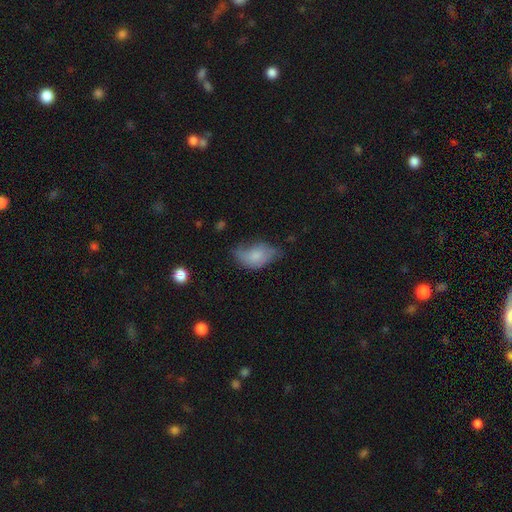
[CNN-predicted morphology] This appears to be a smooth galaxy with no disk features (68%) that is in between round and cigar-shaped (89%). Merging: minor disturbance (41%).